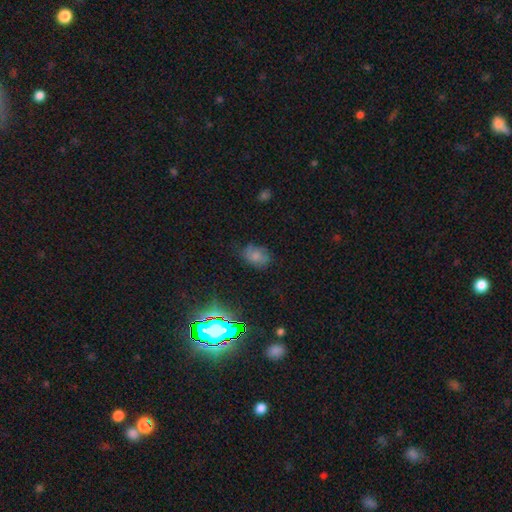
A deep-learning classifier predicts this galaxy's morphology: Overall: smooth (66%). How rounded: in between (79%). Merging: none (66%).